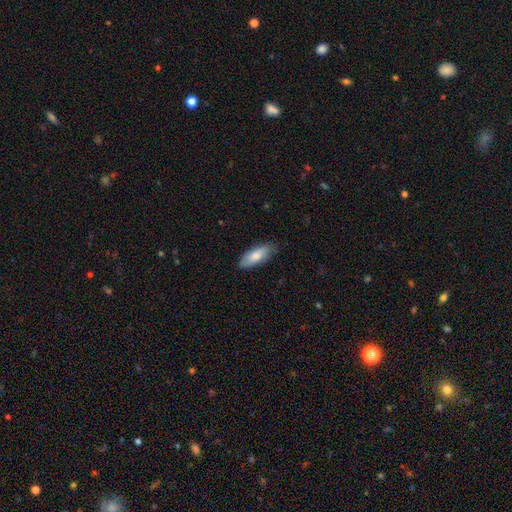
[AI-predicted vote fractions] Smooth or featured? Predicted: smooth (p=0.78). How rounded? Predicted: in between (p=0.76). Merging? Predicted: none (p=0.81).